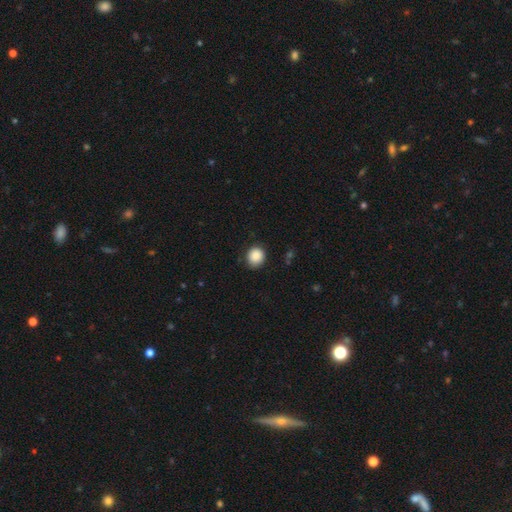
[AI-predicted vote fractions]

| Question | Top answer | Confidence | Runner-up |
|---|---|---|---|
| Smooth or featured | smooth | 88% | star or artifact (9%) |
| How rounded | round | 84% | in between (15%) |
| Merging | none | 83% | minor disturbance (13%) |